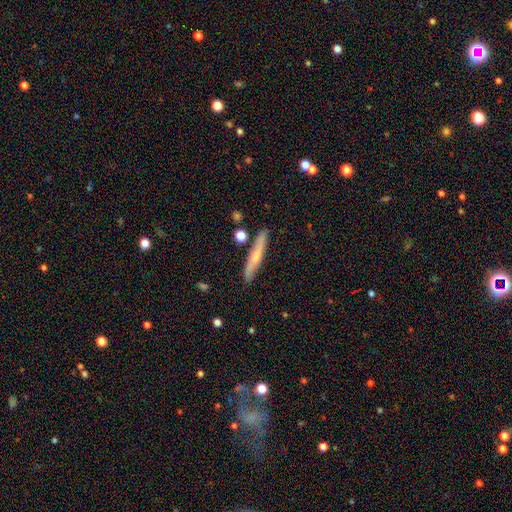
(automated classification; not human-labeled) Q: Smooth or featured?
A: smooth (49%); runner-up: featured or disk (44%)
Q: Merging?
A: none (85%); runner-up: minor disturbance (10%)